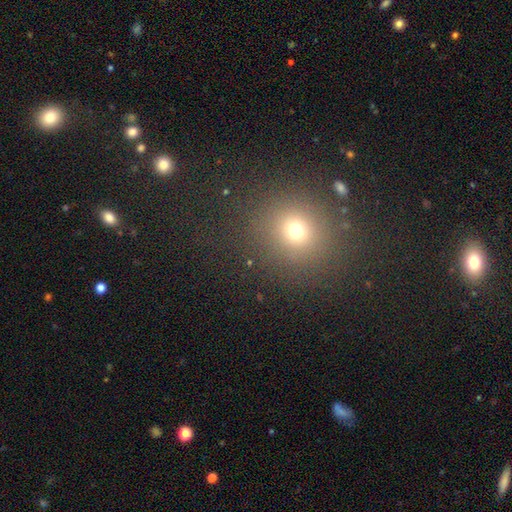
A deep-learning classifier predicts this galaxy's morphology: A smooth galaxy with no disk features (58%) that is round (88%).

Vote fractions:
- Smooth or featured? smooth: 58% / star or artifact: 34% / featured or disk: 7%
- How rounded? round: 88% / in between: 11% / cigar-shaped: 1%
- Merging? none: 88% / minor disturbance: 6% / major disturbance: 3% / merger: 2%